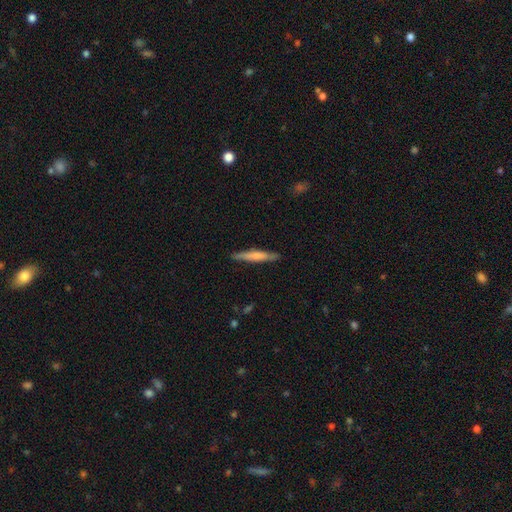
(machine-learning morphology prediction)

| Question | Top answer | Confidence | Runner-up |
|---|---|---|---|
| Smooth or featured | smooth | 60% | featured or disk (35%) |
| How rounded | cigar-shaped | 93% | in between (5%) |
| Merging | none | 87% | minor disturbance (10%) |